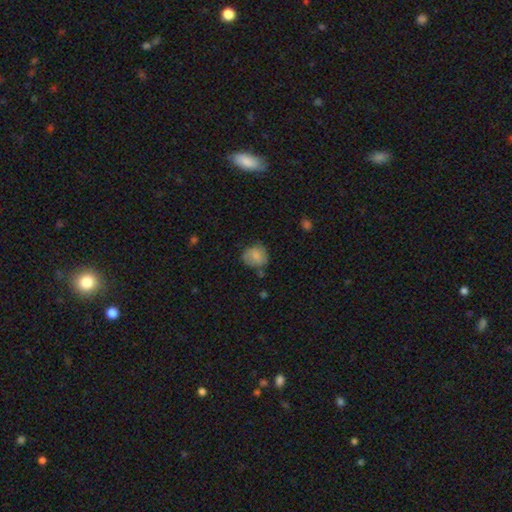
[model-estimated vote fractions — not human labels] smooth_or_featured: smooth (p=0.75) [alt: featured or disk p=0.16]
how_rounded: round (p=0.72) [alt: in between p=0.27]
merging: none (p=0.61) [alt: minor disturbance p=0.27]